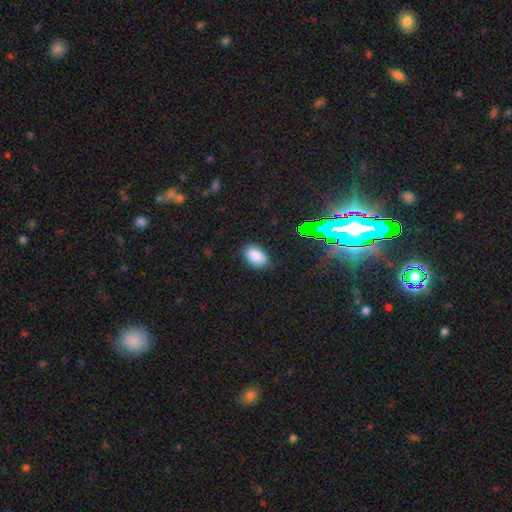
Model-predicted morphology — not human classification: Smooth or featured? smooth (85%)
How rounded? in between (89%)
Merging? none (83%)